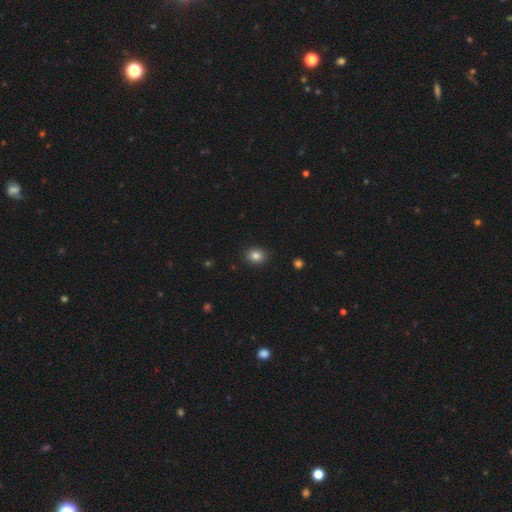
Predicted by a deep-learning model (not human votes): Overall: smooth (83%). How rounded: round (56%; in between 43%). Merging: none (90%).